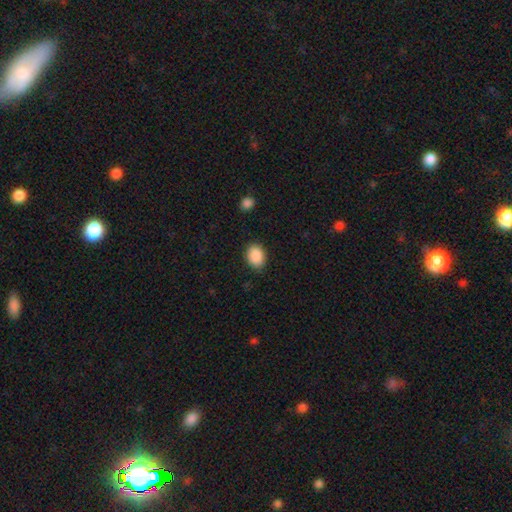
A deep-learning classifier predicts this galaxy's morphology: This appears to be a smooth galaxy with no disk features (90%) that is in between round and cigar-shaped (68%). Merging: none (87%).